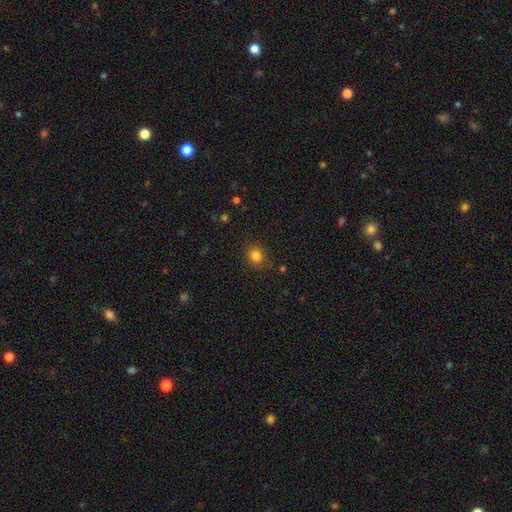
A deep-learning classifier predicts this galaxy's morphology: smooth-or-featured: smooth: 83% | star or artifact: 13% | featured or disk: 5%
  how-rounded: round: 75% | in between: 24% | cigar-shaped: 1%
  merging: none: 86% | minor disturbance: 10% | major disturbance: 3% | merger: 2%